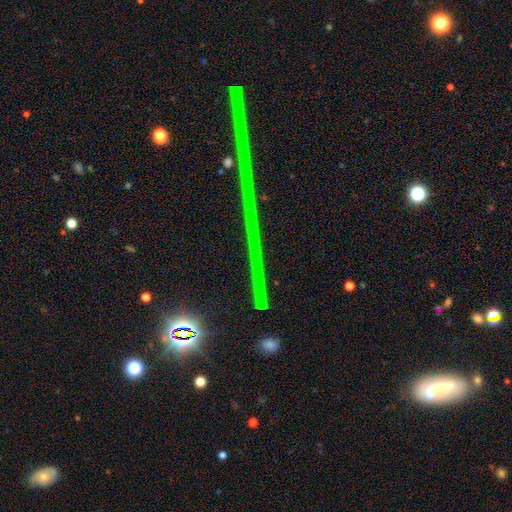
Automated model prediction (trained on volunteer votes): Q: Smooth or featured?
A: star or artifact (64%); runner-up: featured or disk (25%)